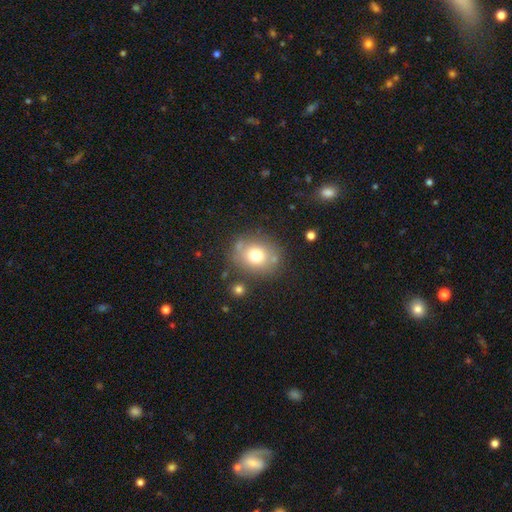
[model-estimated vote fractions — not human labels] Overall: smooth (71%). How rounded: round (65%; in between 34%). Merging: none (75%).